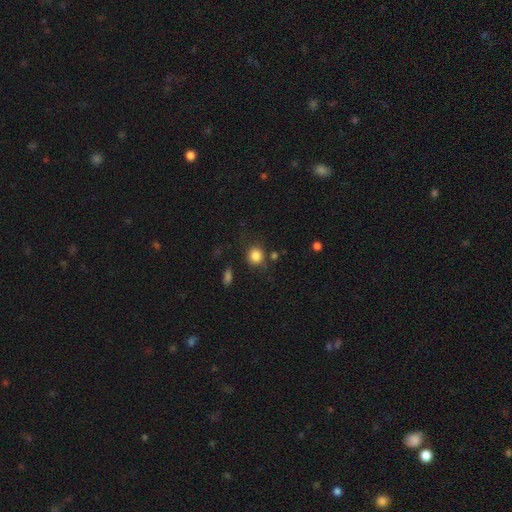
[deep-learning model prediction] Smooth or featured? Predicted: smooth (p=0.84). How rounded? Predicted: round (p=0.88). Merging? Predicted: none (p=0.77).